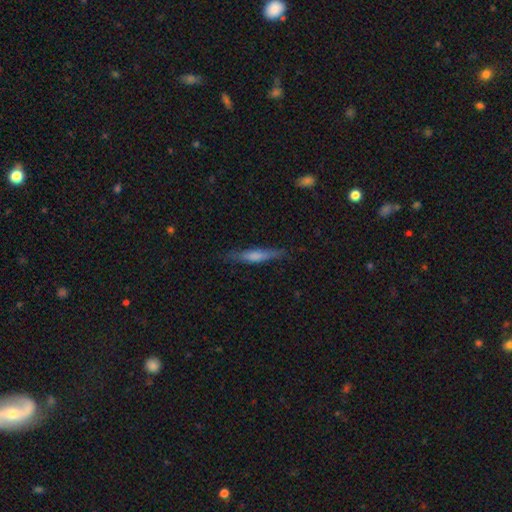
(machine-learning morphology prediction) type=smooth (57%); roundness=cigar-shaped (89%); merging=none (81%).